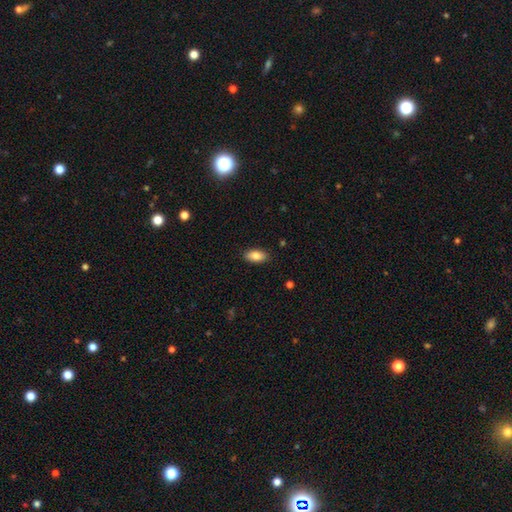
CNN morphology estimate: This appears to be a smooth galaxy with no disk features (86%) that is in between round and cigar-shaped (91%). Merging: none (87%).